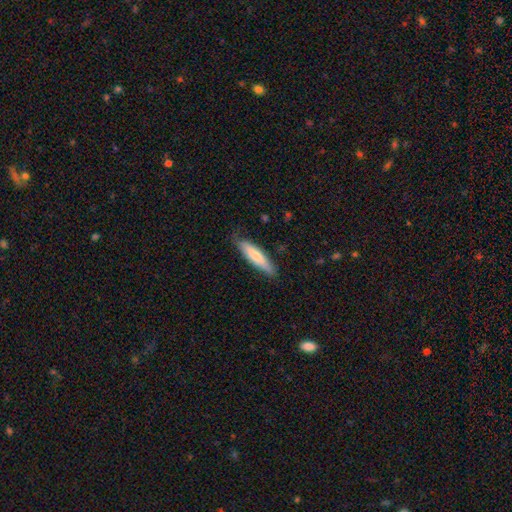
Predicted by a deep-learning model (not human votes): Morphology: type=smooth (69%); roundness=cigar-shaped (76%); merging=none (79%).